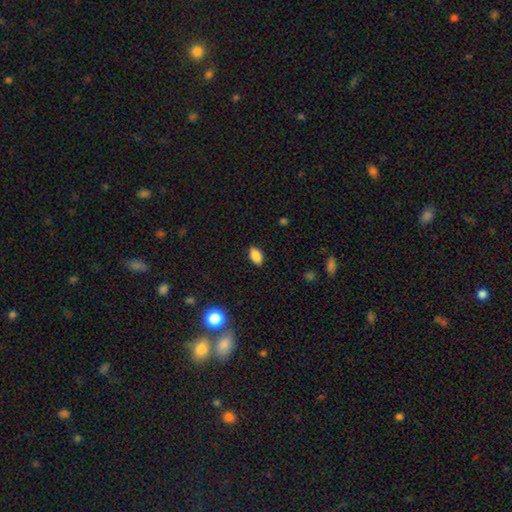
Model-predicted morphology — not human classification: Smooth or featured?
  - smooth: 87% *
  - star or artifact: 8%
  - featured or disk: 4%
How rounded?
  - in between: 91% *
  - round: 7%
  - cigar-shaped: 3%
Merging?
  - none: 86% *
  - minor disturbance: 11%
  - major disturbance: 2%
  - merger: 1%